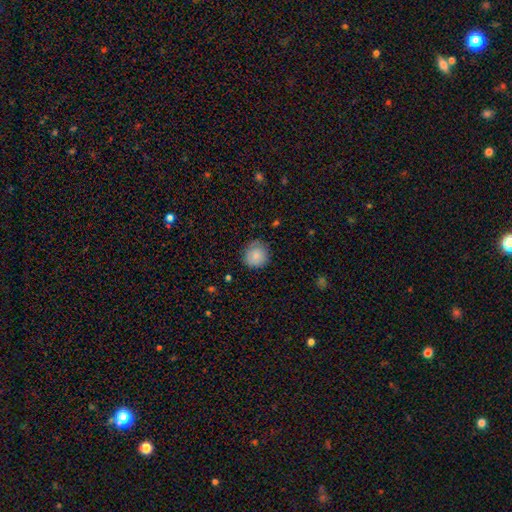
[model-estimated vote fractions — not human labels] smooth_or_featured: smooth (p=0.81) [alt: featured or disk p=0.10]
how_rounded: round (p=0.91) [alt: in between p=0.08]
merging: none (p=0.76) [alt: minor disturbance p=0.19]